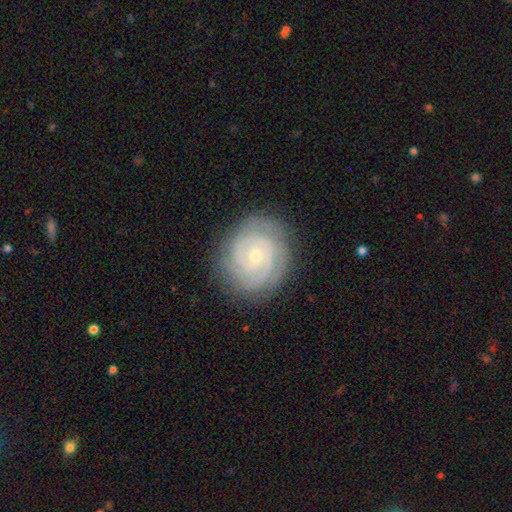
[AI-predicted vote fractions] This is clearly a featured or disk galaxy (86%). It is clearly not viewed edge-on (98%). Bar: likely no (74%). Spiral arm pattern: clearly yes (97%). Spiral arm count: marginally 2 (30%). Spiral winding: clearly tight (83%). Central bulge: likely small (70%). Merging: clearly none (83%).